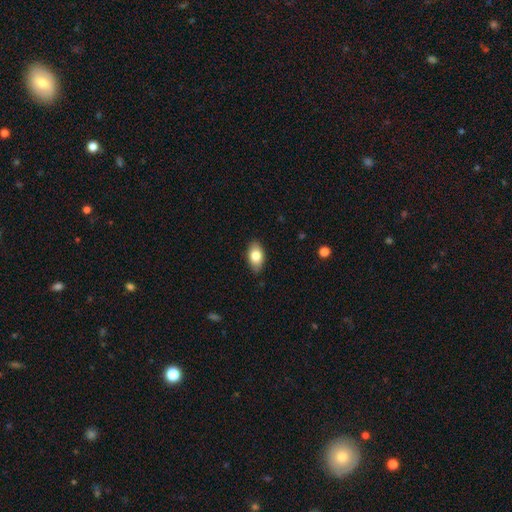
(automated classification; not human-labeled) The model was most divided on "smooth or featured": smooth: 80%, featured or disk: 13%, star or artifact: 7%. More confident: how rounded — in between (91%); merging — none (86%).